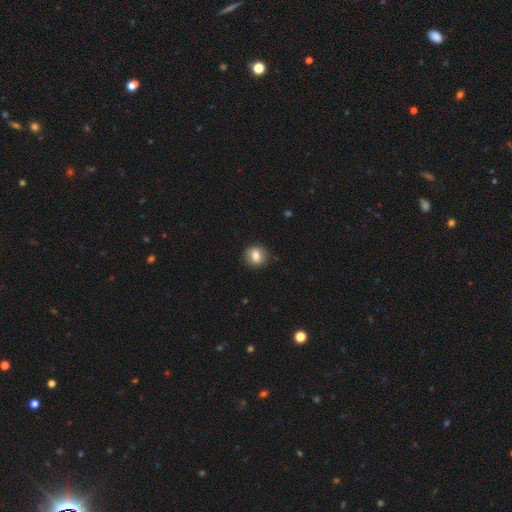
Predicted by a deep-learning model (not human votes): Smooth or featured: smooth — 76% (featured or disk — 15%)
How rounded: round — 79% (in between — 20%)
Merging: none — 85% (minor disturbance — 11%)